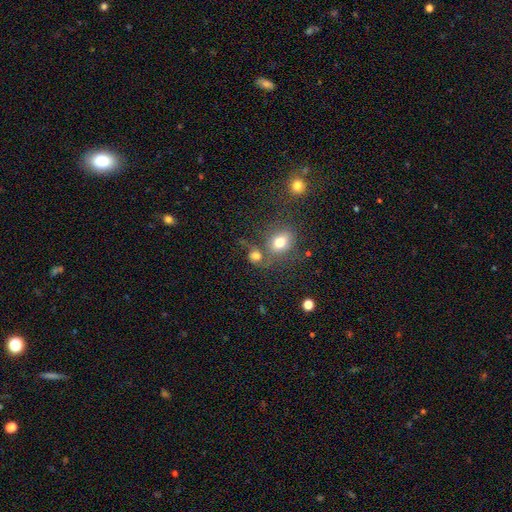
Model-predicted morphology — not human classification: smooth-or-featured: smooth: 68% | star or artifact: 16% | featured or disk: 16%
  how-rounded: round: 61% | in between: 37% | cigar-shaped: 2%
  merging: none: 44% | merger: 31% | minor disturbance: 14% | major disturbance: 11%